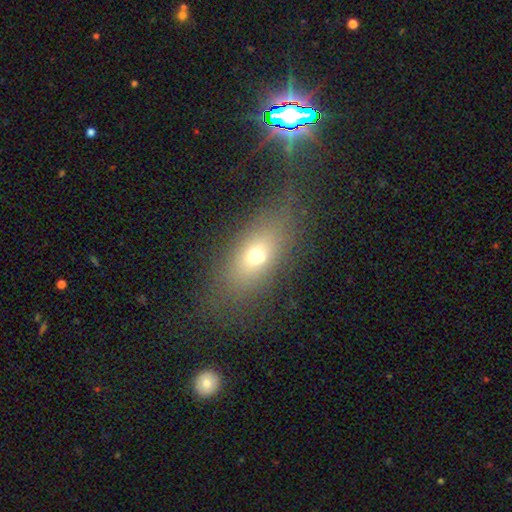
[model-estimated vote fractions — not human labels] Smooth or featured? smooth (62%)
How rounded? in between (73%)
Merging? none (62%)